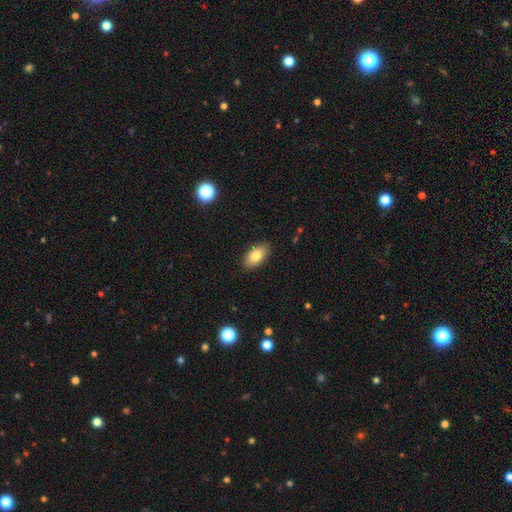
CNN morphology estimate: This appears to be a smooth galaxy with no disk features (81%) that is in between round and cigar-shaped (93%). Merging: none (88%).